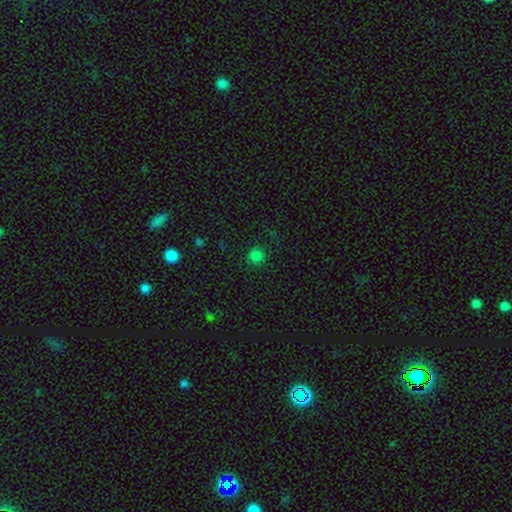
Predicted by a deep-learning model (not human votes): Smooth or featured? smooth (80%)
How rounded? round (93%)
Merging? none (88%)